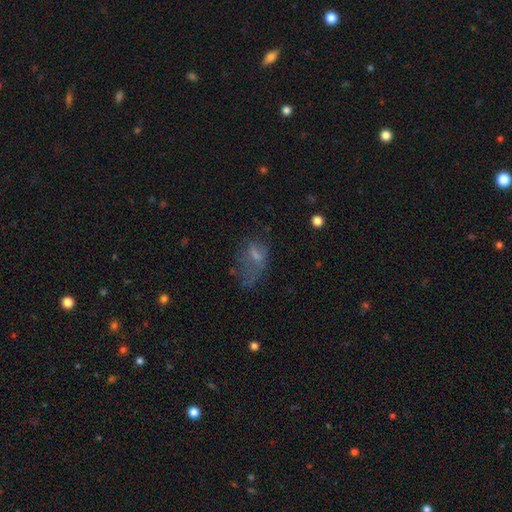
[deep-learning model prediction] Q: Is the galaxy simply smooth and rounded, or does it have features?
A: smooth — 47%.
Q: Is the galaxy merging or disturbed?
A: major disturbance — 39%.